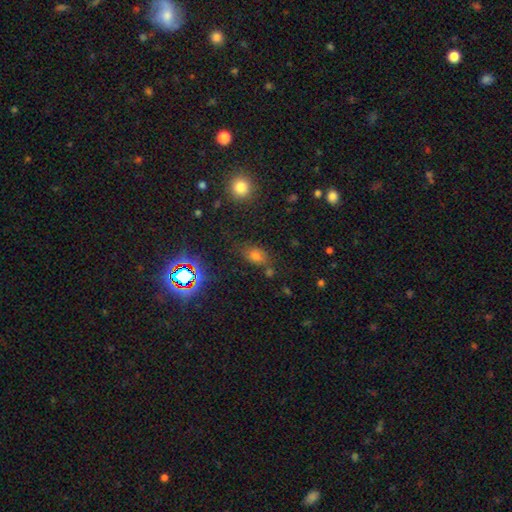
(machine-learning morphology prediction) type=smooth (64%); roundness=in between (75%); merging=none (72%).